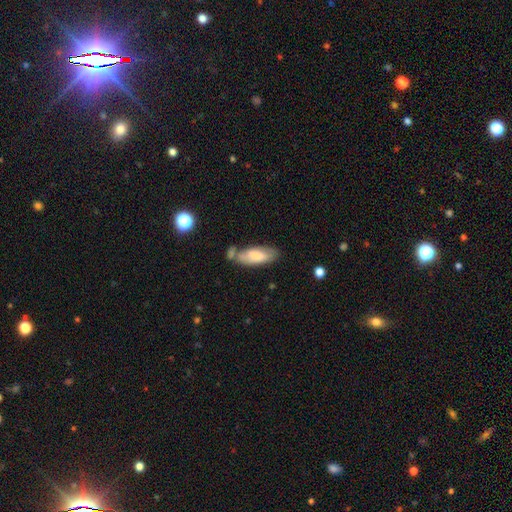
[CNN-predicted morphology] A smooth galaxy with no disk features (70%) that is in between round and cigar-shaped (74%). Merging: none (49%).